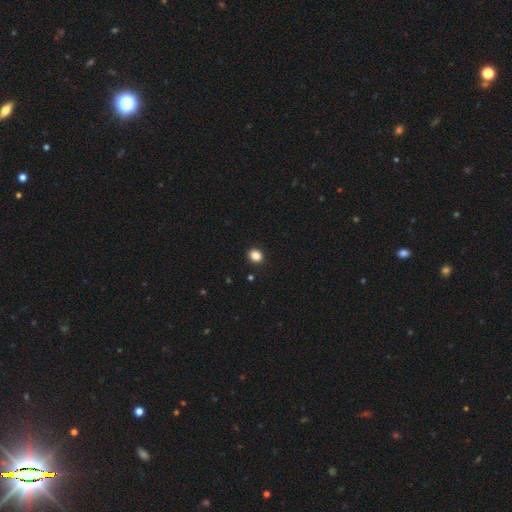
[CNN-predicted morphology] smooth_or_featured: smooth (p=0.86) [alt: star or artifact p=0.11]
how_rounded: round (p=0.62) [alt: in between p=0.37]
merging: none (p=0.91) [alt: minor disturbance p=0.06]